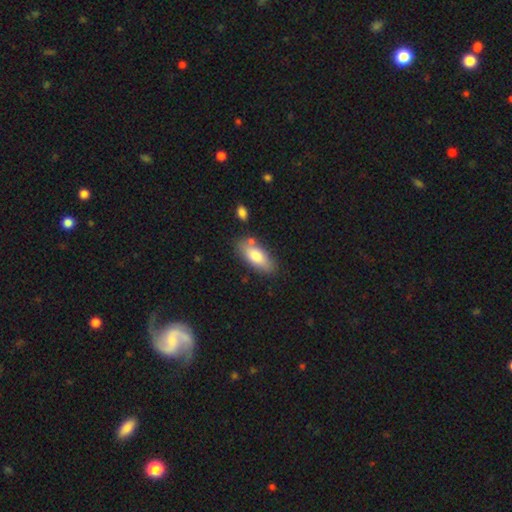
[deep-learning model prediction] This appears to be a smooth galaxy with no disk features (80%) that is in between round and cigar-shaped (81%). Merging: none (76%).